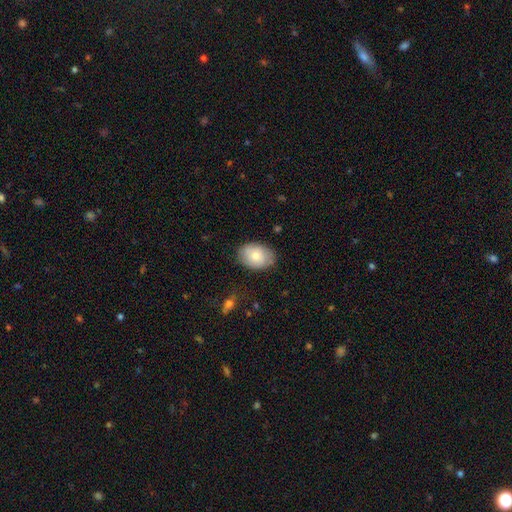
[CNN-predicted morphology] Smooth or featured? Predicted: smooth (p=0.75). How rounded? Predicted: in between (p=0.79). Merging? Predicted: none (p=0.79).